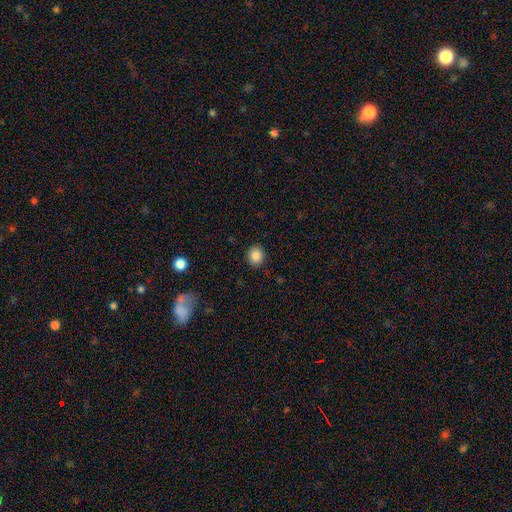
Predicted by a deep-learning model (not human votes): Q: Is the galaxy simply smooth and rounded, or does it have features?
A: smooth — 85%.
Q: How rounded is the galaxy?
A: round — 82%.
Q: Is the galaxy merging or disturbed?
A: none — 91%.